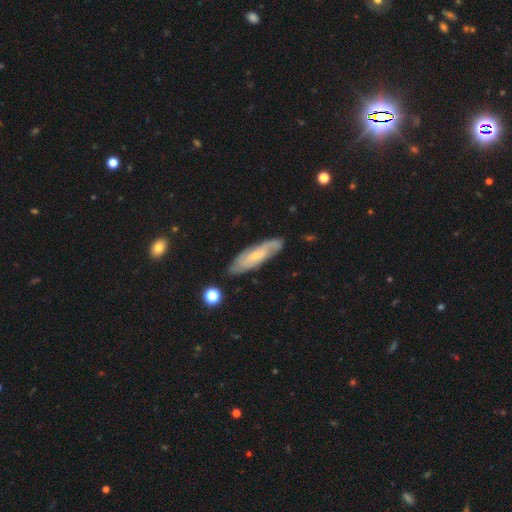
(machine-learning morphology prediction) This is likely a featured or disk galaxy (65%). It is likely not viewed edge-on (75%). Merging: clearly none (81%).